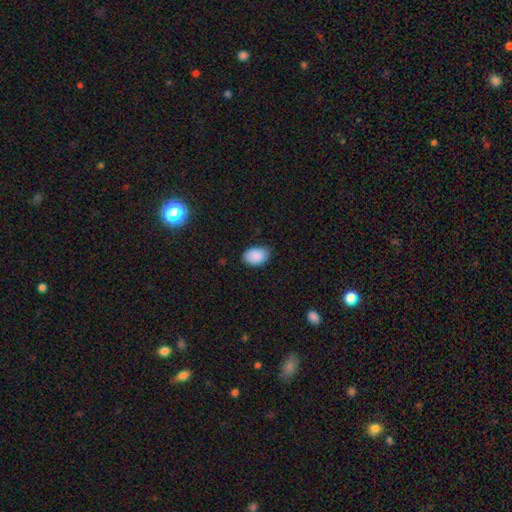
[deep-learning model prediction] The model was most divided on "merging": none: 78%, minor disturbance: 19%, major disturbance: 3%, merger: 1%. More confident: how rounded — in between (88%); smooth or featured — smooth (88%).